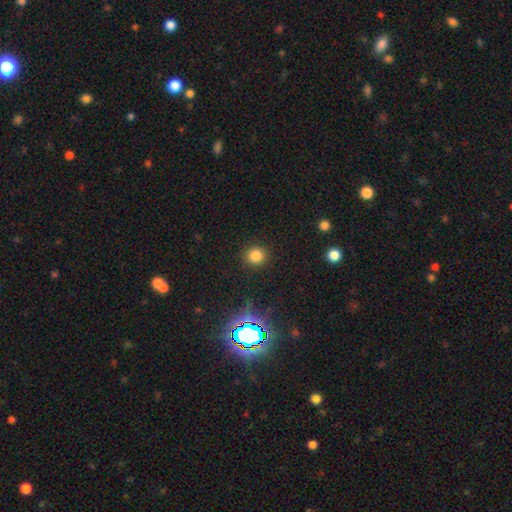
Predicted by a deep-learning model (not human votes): smooth_or_featured: smooth (p=0.79) [alt: star or artifact p=0.17]
how_rounded: round (p=0.89) [alt: in between p=0.10]
merging: none (p=0.90) [alt: minor disturbance p=0.06]